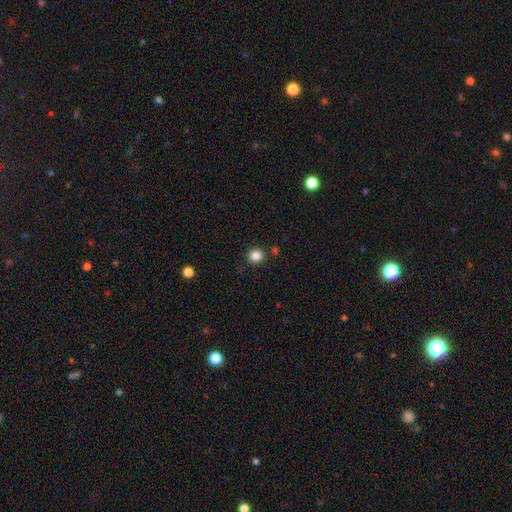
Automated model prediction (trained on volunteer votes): A smooth galaxy with no disk features (84%) that is round (86%). Merging: none (87%).